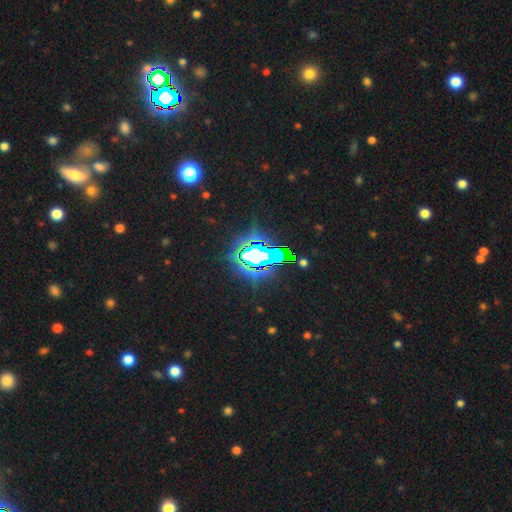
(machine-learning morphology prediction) star or artifact 73%, smooth 14%, featured or disk 13%.